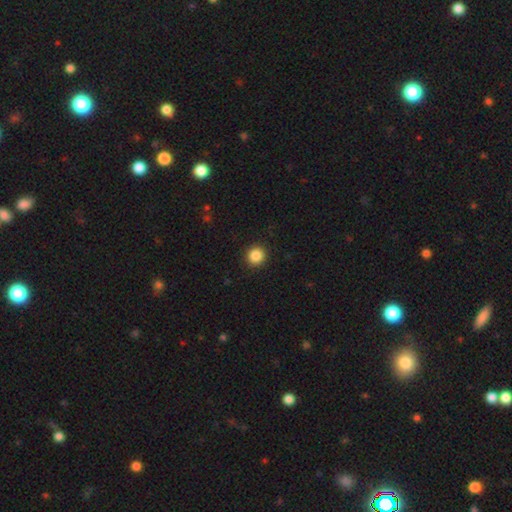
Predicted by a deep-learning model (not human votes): Smooth or featured? smooth (87%)
How rounded? round (93%)
Merging? none (92%)